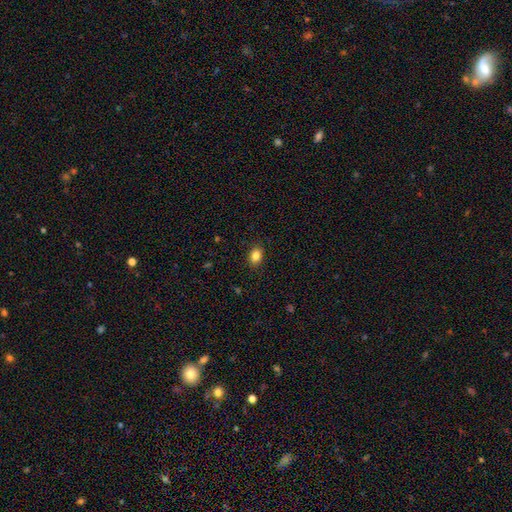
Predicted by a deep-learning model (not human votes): A smooth galaxy with no disk features (85%) that is in between round and cigar-shaped (70%).

Vote fractions:
- Smooth or featured? smooth: 85% / star or artifact: 10% / featured or disk: 5%
- How rounded? in between: 70% / round: 29% / cigar-shaped: 1%
- Merging? none: 89% / minor disturbance: 8% / major disturbance: 2% / merger: 1%